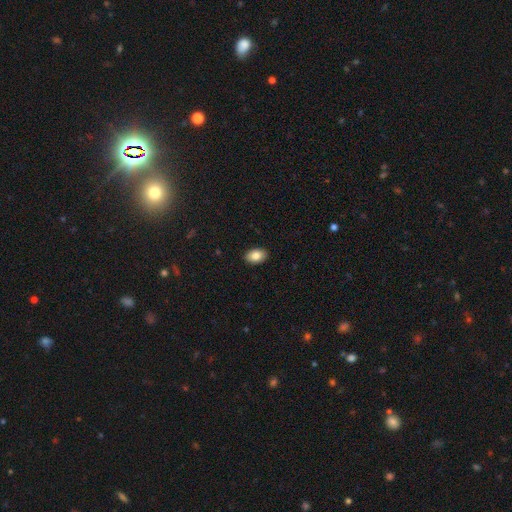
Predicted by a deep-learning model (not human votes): Smooth or featured? smooth (84%)
How rounded? in between (87%)
Merging? none (90%)